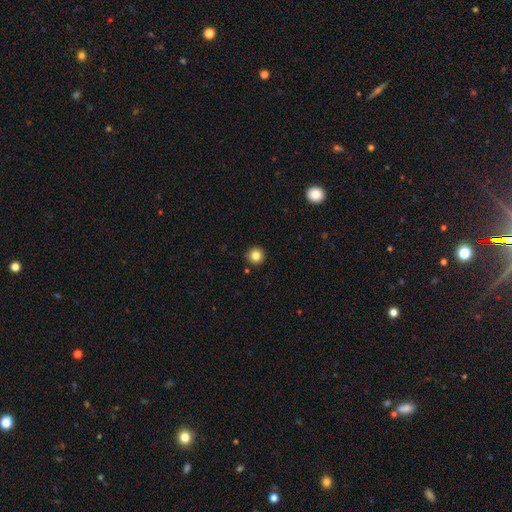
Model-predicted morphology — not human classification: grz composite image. It shows a smooth galaxy with no disk features (83%) that is round (95%). Merging: none (92%).